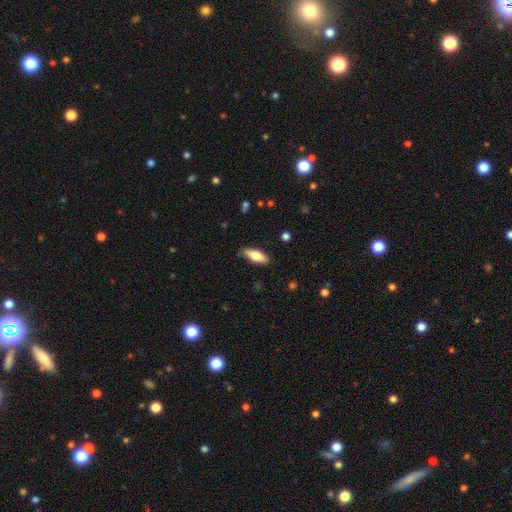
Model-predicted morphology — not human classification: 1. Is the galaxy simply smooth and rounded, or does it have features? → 73% smooth, 21% featured or disk, 6% star or artifact.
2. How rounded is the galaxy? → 66% in between, 32% cigar-shaped, 2% round.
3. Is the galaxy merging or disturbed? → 84% none, 12% minor disturbance, 2% major disturbance, 1% merger.